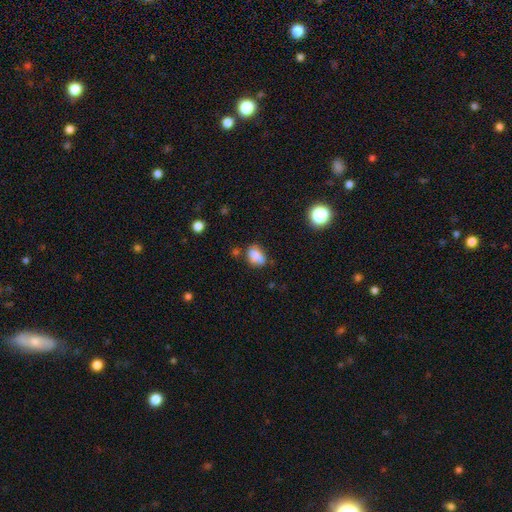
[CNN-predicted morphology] type=smooth (81%); roundness=in between (79%); merging=none (52%).